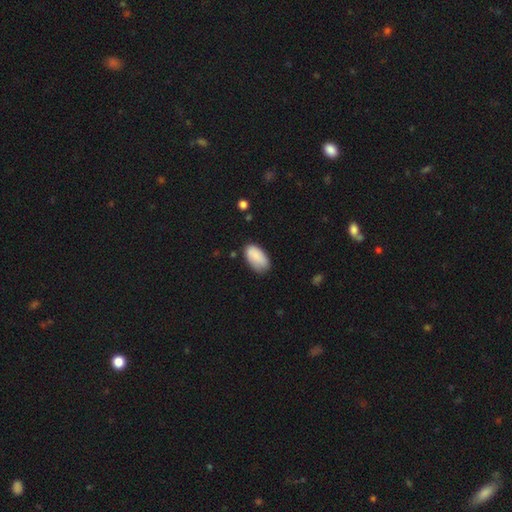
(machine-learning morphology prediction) Smooth or featured? smooth (87%)
How rounded? in between (95%)
Merging? none (70%)